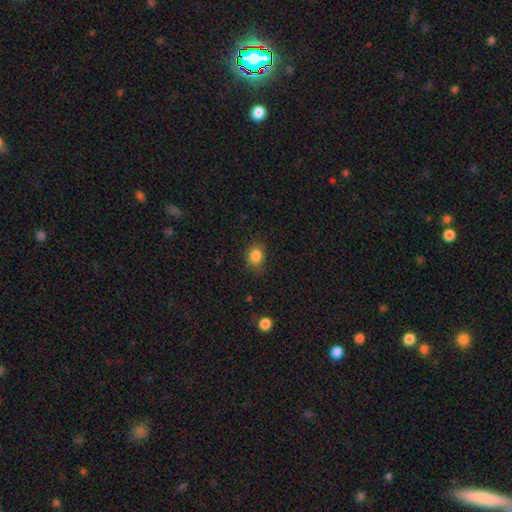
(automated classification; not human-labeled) smooth_or_featured: smooth (p=0.85) [alt: star or artifact p=0.11]
how_rounded: round (p=0.54) [alt: in between p=0.45]
merging: none (p=0.78) [alt: minor disturbance p=0.16]